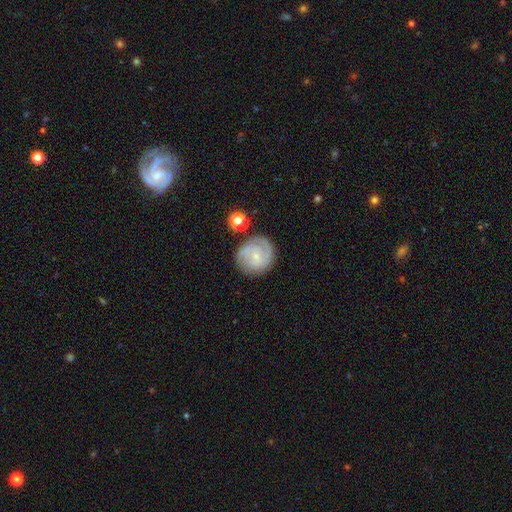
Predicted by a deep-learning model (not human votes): This appears to be a featured or disk galaxy (65%) with no bar (65%), 2 (43%) tight (57%) spiral arms (88%) and a small central bulge (78%). Merging: none (73%).